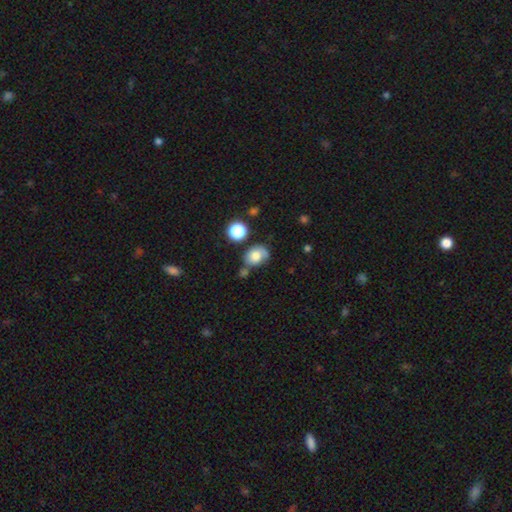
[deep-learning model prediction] A smooth galaxy with no disk features (70%) that is in between round and cigar-shaped (56%).

Vote fractions:
- Smooth or featured? smooth: 70% / featured or disk: 19% / star or artifact: 11%
- How rounded? in between: 56% / round: 43% / cigar-shaped: 1%
- Merging? none: 49% / minor disturbance: 26% / merger: 14% / major disturbance: 11%